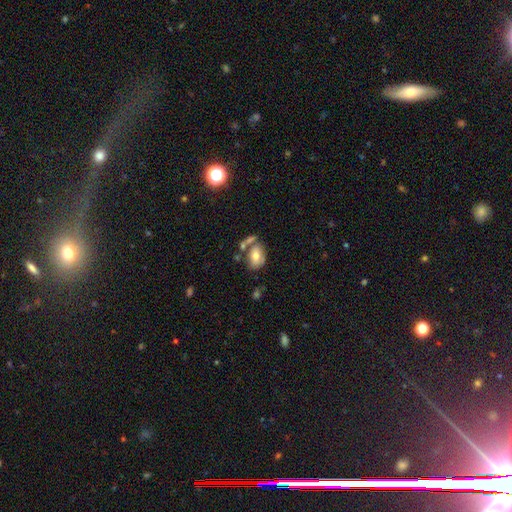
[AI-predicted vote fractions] This appears to be a smooth galaxy with no disk features (66%) that is in between round and cigar-shaped (85%). Merging: none (46%).